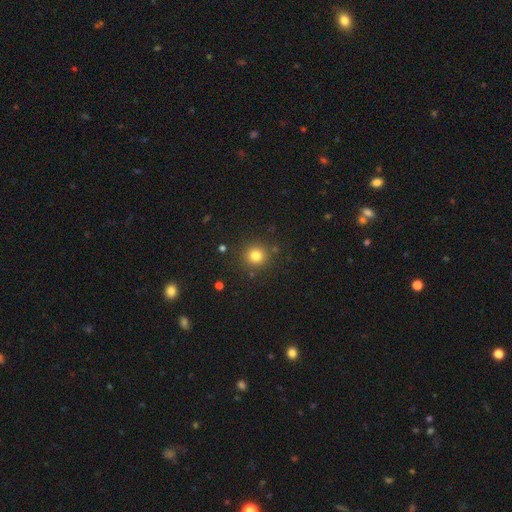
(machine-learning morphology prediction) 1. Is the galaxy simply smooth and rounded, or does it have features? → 80% smooth, 14% star or artifact, 6% featured or disk.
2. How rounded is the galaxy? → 94% round, 5% in between, 1% cigar-shaped.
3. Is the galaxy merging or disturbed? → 88% none, 7% minor disturbance, 3% merger, 3% major disturbance.